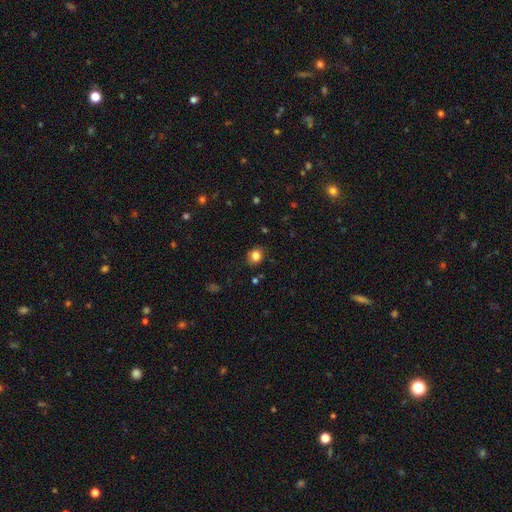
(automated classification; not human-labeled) Smooth or featured: smooth — 83% (star or artifact — 12%)
How rounded: round — 69% (in between — 30%)
Merging: none — 83% (minor disturbance — 12%)